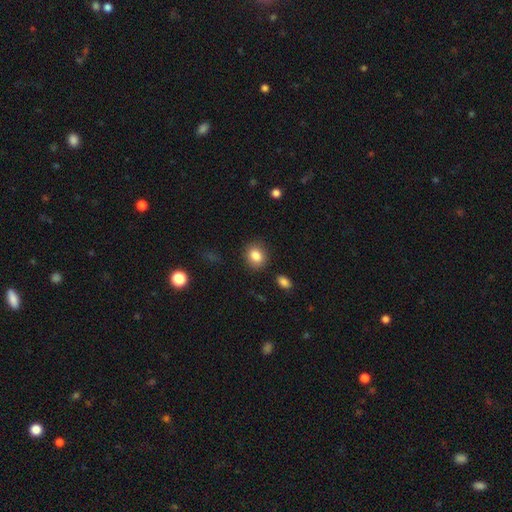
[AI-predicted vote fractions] smooth 85%, star or artifact 9%, featured or disk 6%. Down the decision tree: how rounded — round (63%); merging — none (86%).